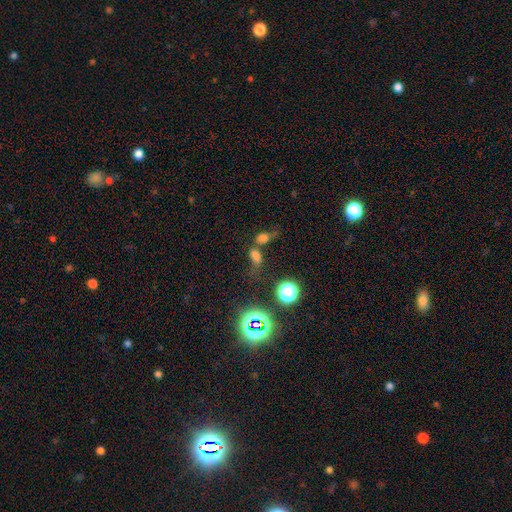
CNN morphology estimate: Smooth or featured: smooth — 55% (star or artifact — 31%)
How rounded: in between — 69% (round — 23%)
Merging: merger — 42% (none — 35%)